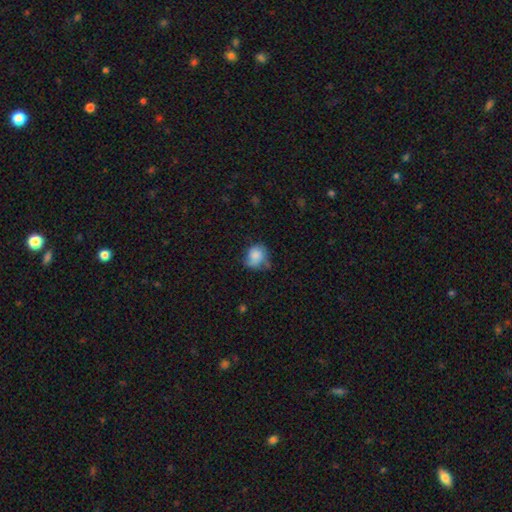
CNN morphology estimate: The model was most divided on "merging": none: 42%, minor disturbance: 36%, major disturbance: 19%, merger: 3%. More confident: smooth or featured — smooth (71%); how rounded — round (61%).